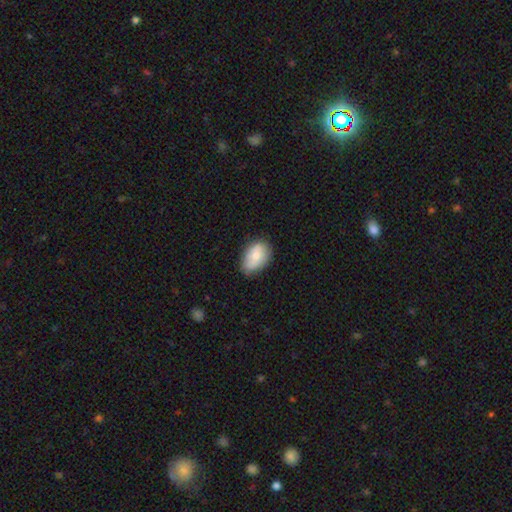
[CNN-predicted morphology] Smooth or featured: smooth — 70% (featured or disk — 23%)
How rounded: in between — 86% (round — 13%)
Merging: none — 73% (minor disturbance — 22%)